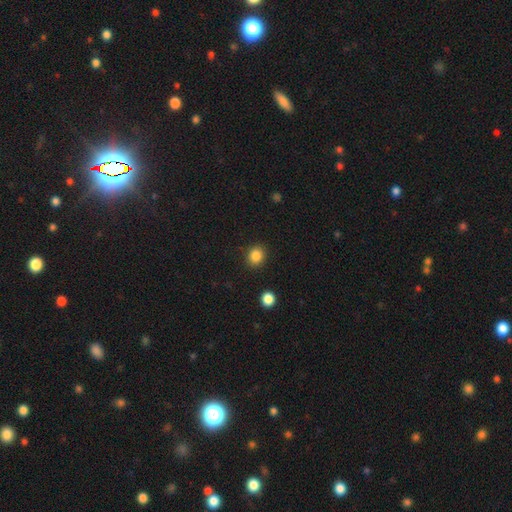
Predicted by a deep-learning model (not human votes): A smooth galaxy with no disk features (85%) that is round (74%).

Vote fractions:
- Smooth or featured? smooth: 85% / star or artifact: 11% / featured or disk: 4%
- How rounded? round: 74% / in between: 25% / cigar-shaped: 1%
- Merging? none: 89% / minor disturbance: 7% / major disturbance: 2% / merger: 2%